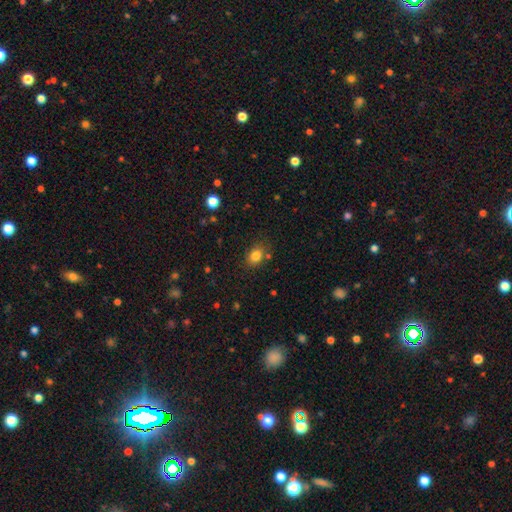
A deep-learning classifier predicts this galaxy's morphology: A smooth galaxy with no disk features (82%) that is in between round and cigar-shaped (62%).

Vote fractions:
- Smooth or featured? smooth: 82% / star or artifact: 11% / featured or disk: 6%
- How rounded? in between: 62% / round: 37% / cigar-shaped: 1%
- Merging? none: 78% / minor disturbance: 14% / merger: 4% / major disturbance: 4%